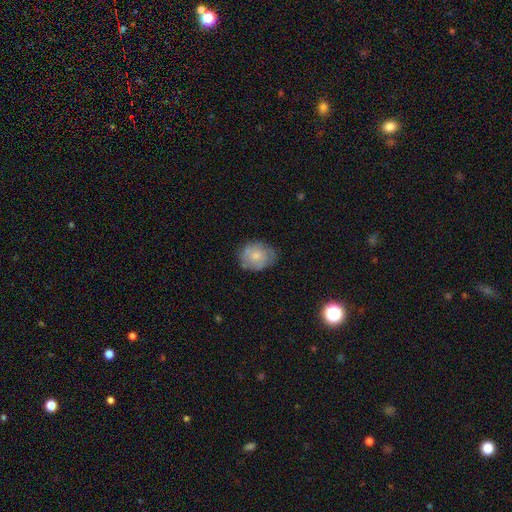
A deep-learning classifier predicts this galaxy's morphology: Q: Smooth or featured?
A: smooth (64%); runner-up: featured or disk (29%)
Q: How rounded?
A: round (60%); runner-up: in between (39%)
Q: Merging?
A: none (67%); runner-up: minor disturbance (24%)